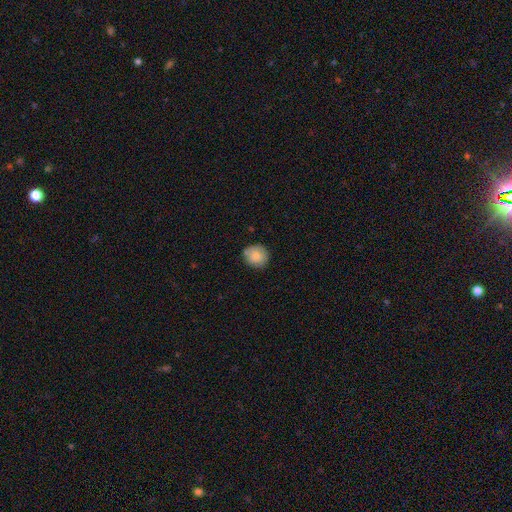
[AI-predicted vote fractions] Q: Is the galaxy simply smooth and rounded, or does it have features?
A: smooth — 83%.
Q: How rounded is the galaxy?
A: round — 87%.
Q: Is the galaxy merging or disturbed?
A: none — 78%.